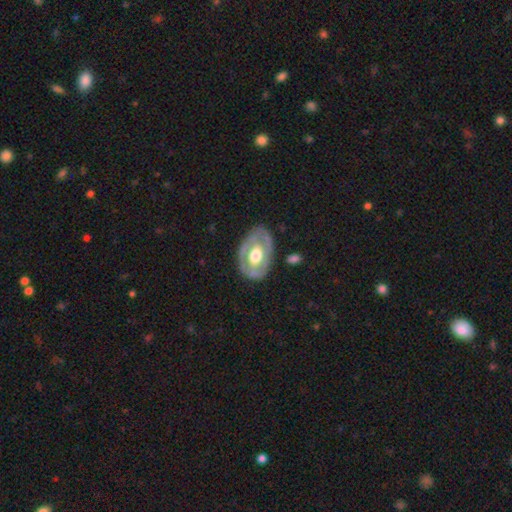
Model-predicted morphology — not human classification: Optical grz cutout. It shows a featured or disk galaxy (69%) with no bar (68%), no spiral arms (57%) and a moderate central bulge (55%). Merging: none (74%).